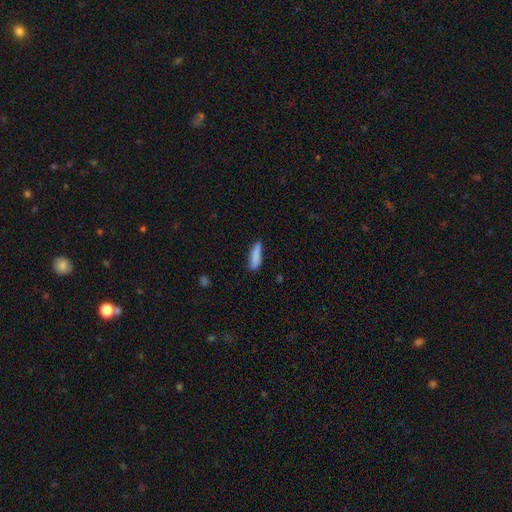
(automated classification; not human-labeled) Smooth or featured? smooth (83%)
How rounded? cigar-shaped (64%)
Merging? none (64%)